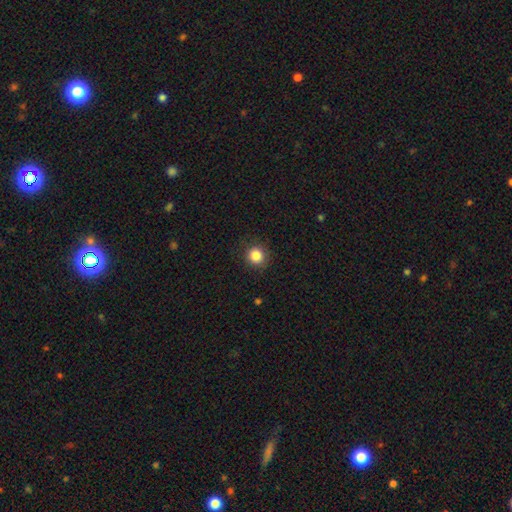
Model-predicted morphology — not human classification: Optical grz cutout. It shows a smooth galaxy with no disk features (85%) that is round (92%). Merging: none (90%).